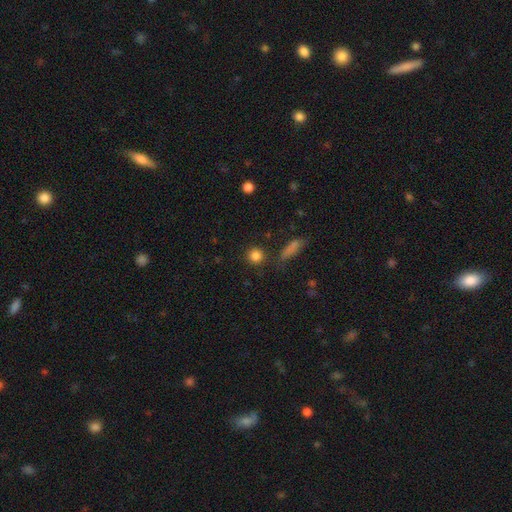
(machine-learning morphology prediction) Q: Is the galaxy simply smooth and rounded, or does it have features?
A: smooth — 84%.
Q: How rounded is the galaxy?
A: round — 91%.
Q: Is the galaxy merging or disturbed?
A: none — 86%.